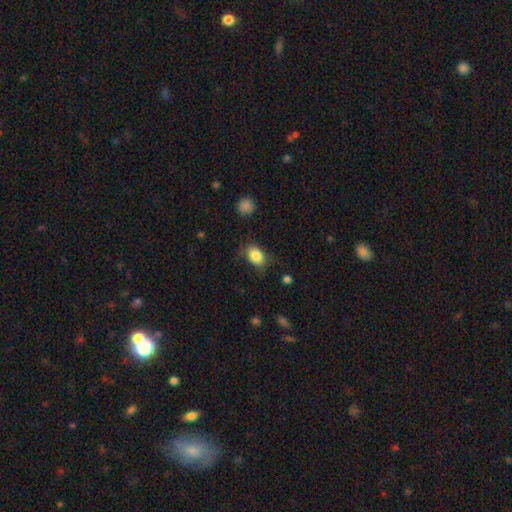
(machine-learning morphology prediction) This appears to be a smooth galaxy with no disk features (84%) that is in between round and cigar-shaped (76%). Merging: none (72%).